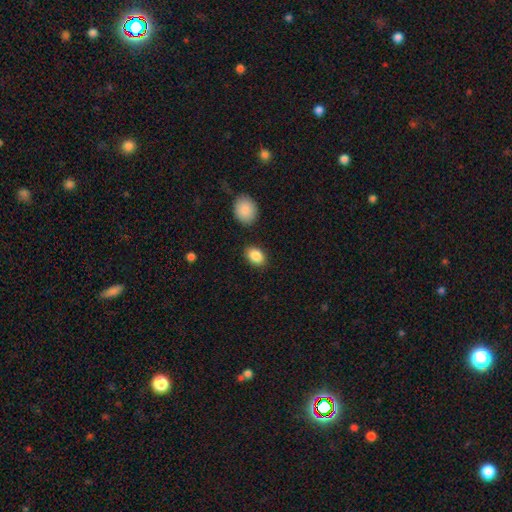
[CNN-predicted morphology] A smooth galaxy with no disk features (88%) that is in between round and cigar-shaped (79%).

Vote fractions:
- Smooth or featured? smooth: 88% / star or artifact: 8% / featured or disk: 4%
- How rounded? in between: 79% / round: 20% / cigar-shaped: 1%
- Merging? none: 83% / minor disturbance: 11% / merger: 3% / major disturbance: 3%